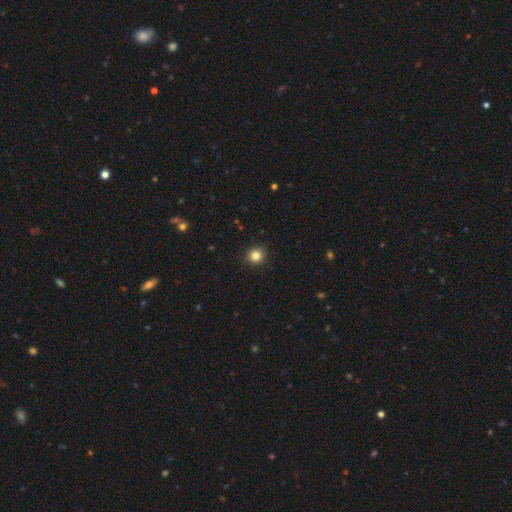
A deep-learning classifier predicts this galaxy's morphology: This is clearly a smooth galaxy (83%). How rounded: clearly round (94%). Merging: clearly none (93%).